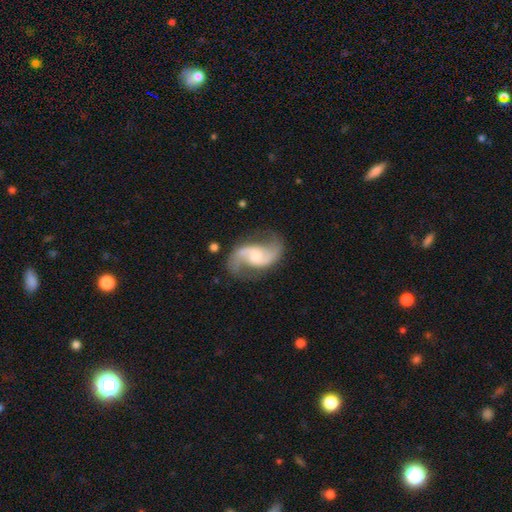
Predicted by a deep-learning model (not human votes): smooth_or_featured: featured or disk (p=0.89) [alt: smooth p=0.06]
disk_edge_on: no (p=0.98) [alt: yes p=0.02]
bar: no (p=0.47) [alt: weak p=0.41]
has_spiral_arms: yes (p=0.97) [alt: no p=0.03]
spiral_winding: loose (p=0.59) [alt: medium p=0.35]
spiral_arm_count: 2 (p=0.93) [alt: can't tell p=0.02]
bulge_size: small (p=0.44) [alt: moderate p=0.42]
merging: none (p=0.75) [alt: minor disturbance p=0.15]